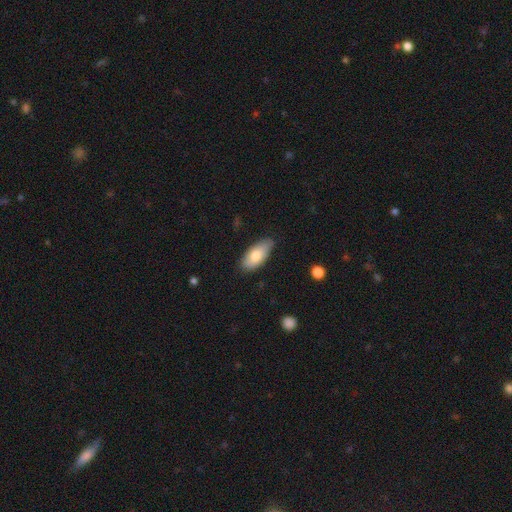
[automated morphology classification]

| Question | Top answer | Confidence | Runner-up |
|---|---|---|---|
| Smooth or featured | smooth | 76% | featured or disk (17%) |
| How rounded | in between | 90% | cigar-shaped (8%) |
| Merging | none | 78% | minor disturbance (18%) |